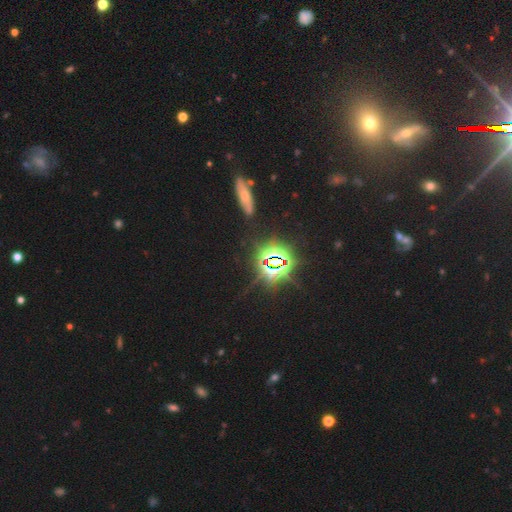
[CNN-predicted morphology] Overall: star or artifact (77%).